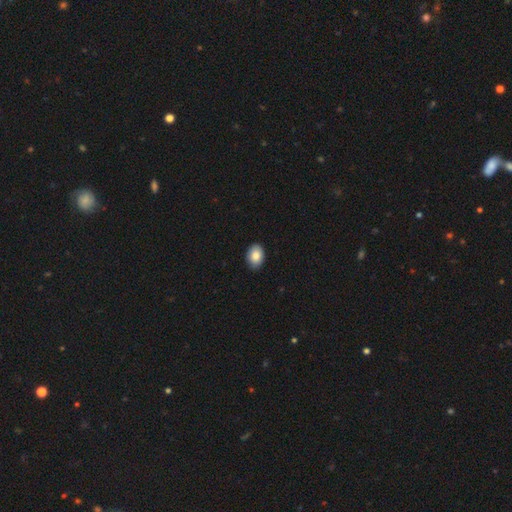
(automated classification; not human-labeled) This appears to be a smooth galaxy with no disk features (86%) that is in between round and cigar-shaped (81%). Merging: none (87%).